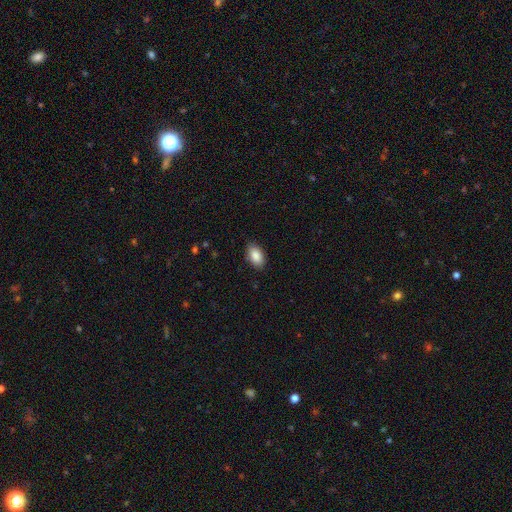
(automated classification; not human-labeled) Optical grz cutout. It shows a smooth galaxy with no disk features (88%) that is in between round and cigar-shaped (93%). Merging: none (87%).